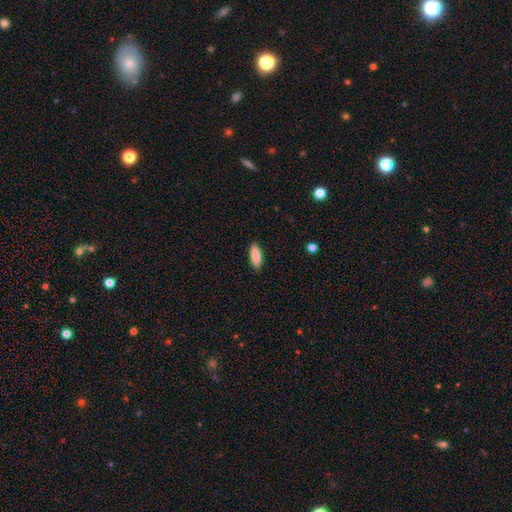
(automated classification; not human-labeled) Morphology: type=smooth (87%); roundness=in between (69%); merging=none (88%).